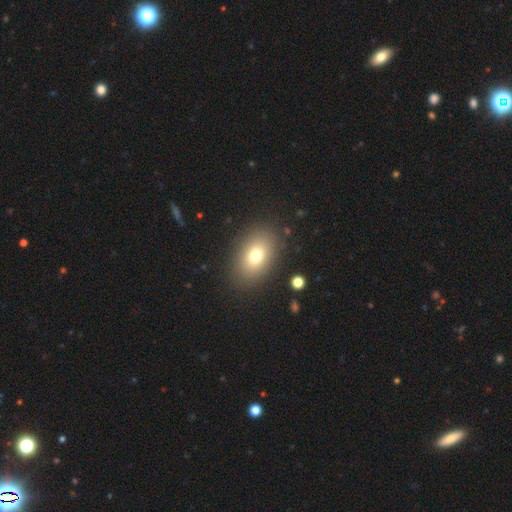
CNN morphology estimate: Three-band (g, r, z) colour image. It shows a smooth galaxy with no disk features (75%) that is in between round and cigar-shaped (78%). Merging: none (86%).